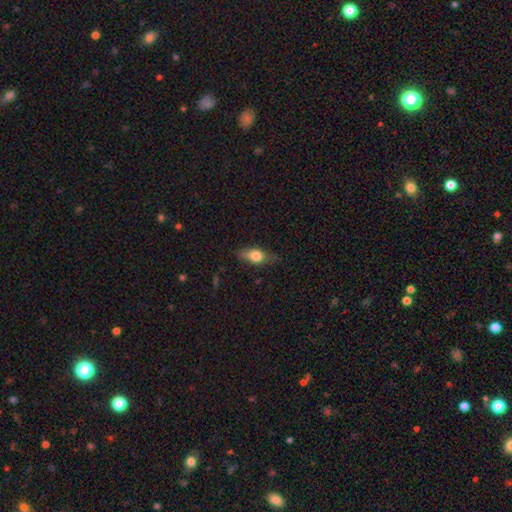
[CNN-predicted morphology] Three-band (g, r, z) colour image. It shows a smooth galaxy with no disk features (65%) that is in between round and cigar-shaped (72%). Merging: none (70%).